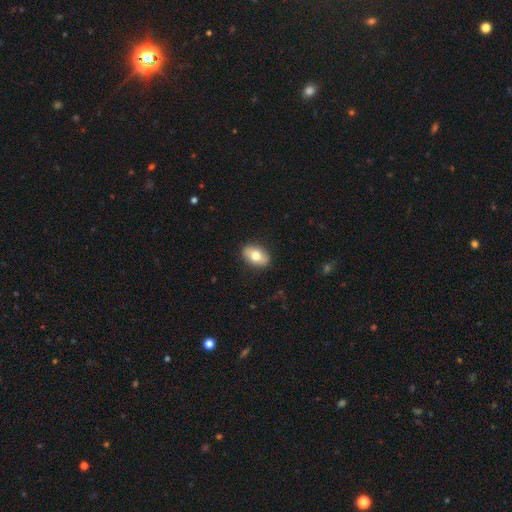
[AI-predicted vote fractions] Overall: smooth (72%). How rounded: in between (85%). Merging: none (87%).